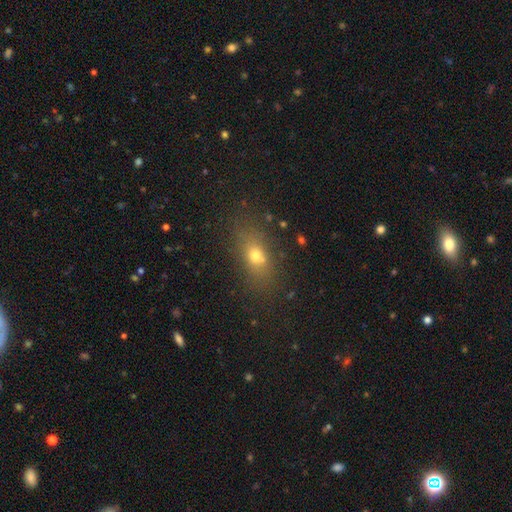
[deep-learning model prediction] smooth_or_featured: smooth (p=0.68) [alt: star or artifact p=0.17]
how_rounded: in between (p=0.70) [alt: round p=0.18]
merging: none (p=0.79) [alt: minor disturbance p=0.13]